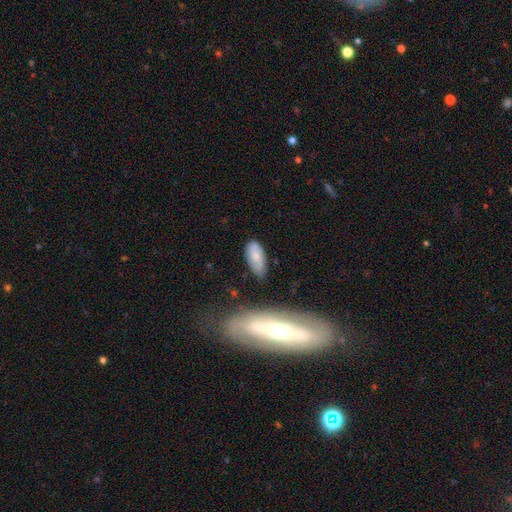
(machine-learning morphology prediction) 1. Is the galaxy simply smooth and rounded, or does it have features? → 71% smooth, 22% featured or disk, 7% star or artifact.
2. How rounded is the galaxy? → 88% in between, 10% cigar-shaped, 2% round.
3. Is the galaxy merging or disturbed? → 66% none, 25% minor disturbance, 5% major disturbance, 3% merger.